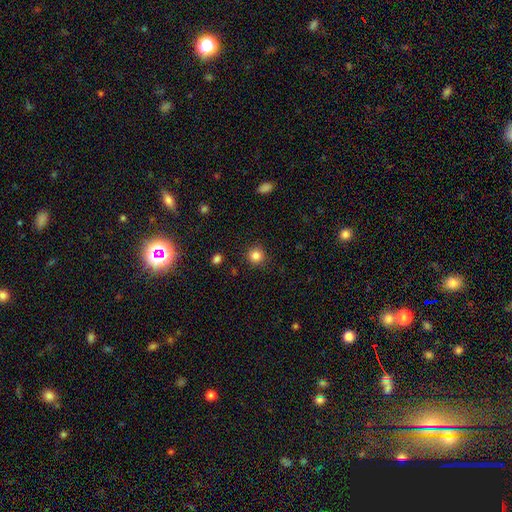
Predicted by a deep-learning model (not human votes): Smooth or featured? Predicted: smooth (p=0.83). How rounded? Predicted: round (p=0.93). Merging? Predicted: none (p=0.90).